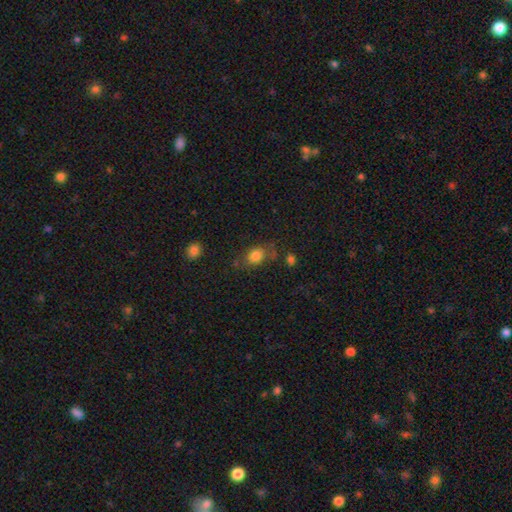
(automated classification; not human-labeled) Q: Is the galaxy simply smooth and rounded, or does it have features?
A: smooth — 79%.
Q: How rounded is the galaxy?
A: in between — 64%.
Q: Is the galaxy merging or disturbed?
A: none — 65%.